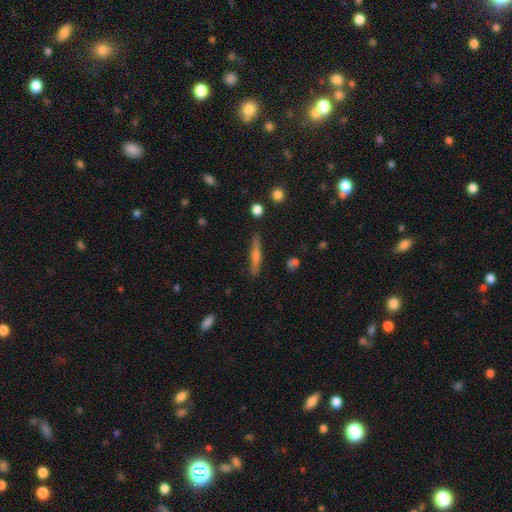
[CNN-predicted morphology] featured or disk 54%, smooth 38%, star or artifact 8%. Down the decision tree: edge-on disk — yes (96%); edge-on bulge — rounded (78%); merging — none (87%).